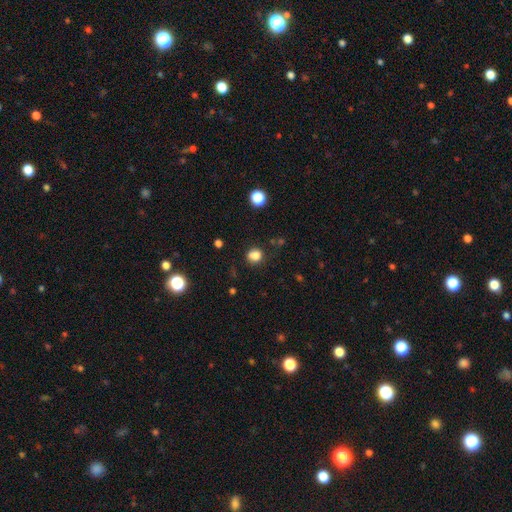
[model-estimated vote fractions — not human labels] Overall: smooth (83%). How rounded: round (73%). Merging: none (80%).